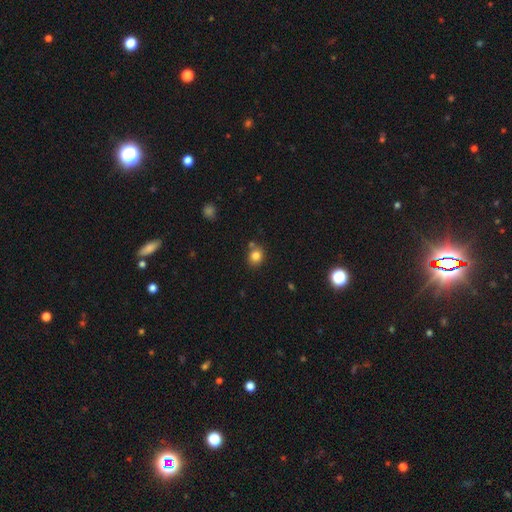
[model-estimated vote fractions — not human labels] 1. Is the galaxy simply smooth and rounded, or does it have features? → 82% smooth, 12% star or artifact, 7% featured or disk.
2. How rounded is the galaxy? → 70% round, 29% in between, 1% cigar-shaped.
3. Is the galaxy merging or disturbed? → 71% none, 13% merger, 12% minor disturbance, 3% major disturbance.